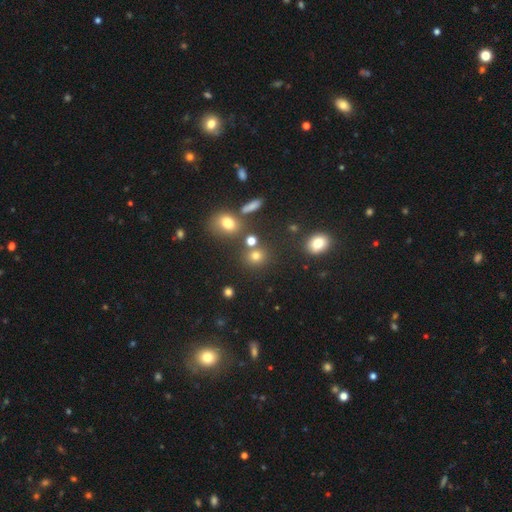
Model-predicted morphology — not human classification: smooth_or_featured: smooth (p=0.72) [alt: star or artifact p=0.18]
how_rounded: round (p=0.83) [alt: in between p=0.16]
merging: none (p=0.72) [alt: merger p=0.14]